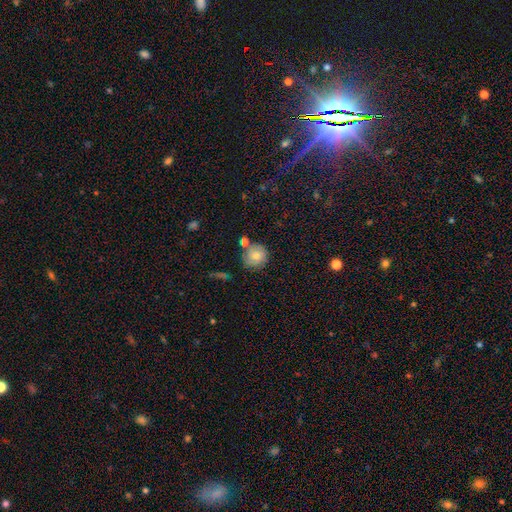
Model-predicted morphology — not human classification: smooth-or-featured: smooth: 70% | featured or disk: 21% | star or artifact: 9%
  how-rounded: round: 85% | in between: 13% | cigar-shaped: 1%
  merging: none: 68% | minor disturbance: 17% | merger: 10% | major disturbance: 5%